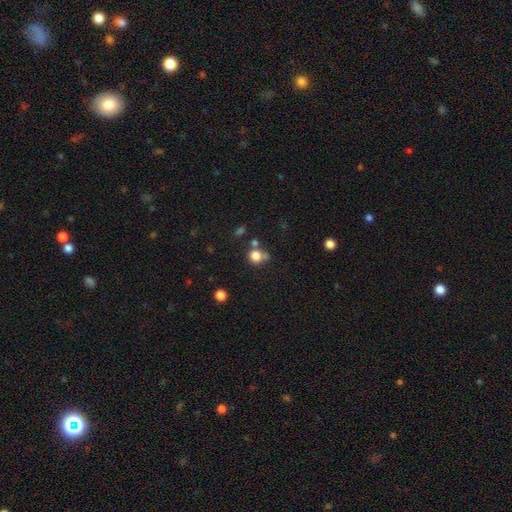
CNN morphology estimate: Smooth or featured? Predicted: smooth (p=0.80). How rounded? Predicted: round (p=0.86). Merging? Predicted: none (p=0.58).